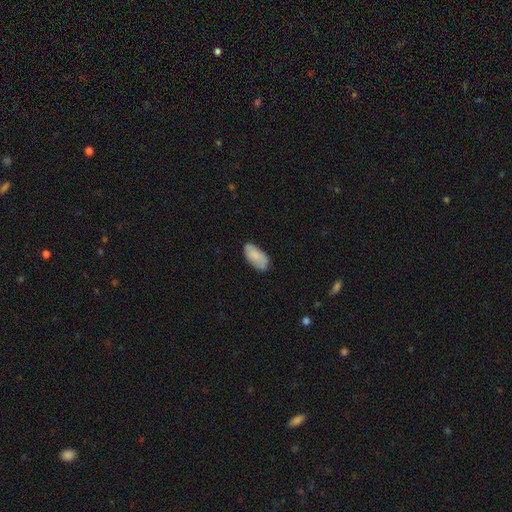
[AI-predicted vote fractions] Smooth or featured: smooth — 82% (featured or disk — 12%)
How rounded: in between — 93% (cigar-shaped — 4%)
Merging: none — 71% (minor disturbance — 23%)